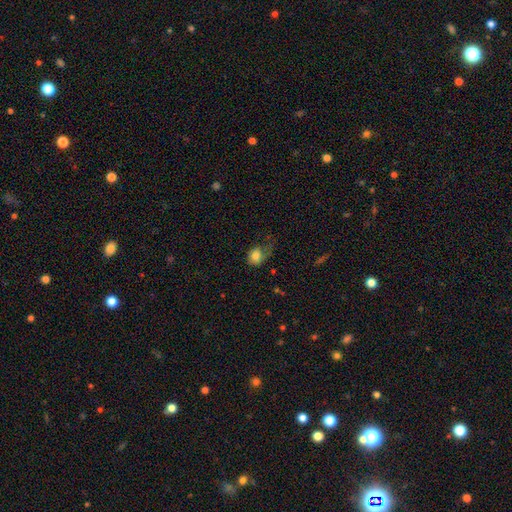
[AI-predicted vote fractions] smooth 77%, featured or disk 14%, star or artifact 9%. Down the decision tree: how rounded — round (54%); merging — major disturbance (38%).